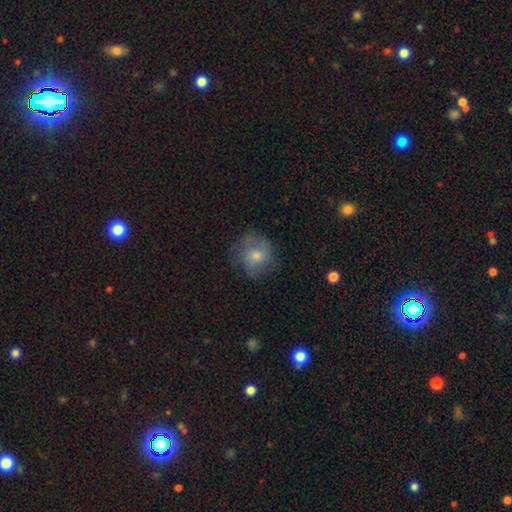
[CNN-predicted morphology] type=smooth (60%); roundness=round (81%); merging=none (65%).